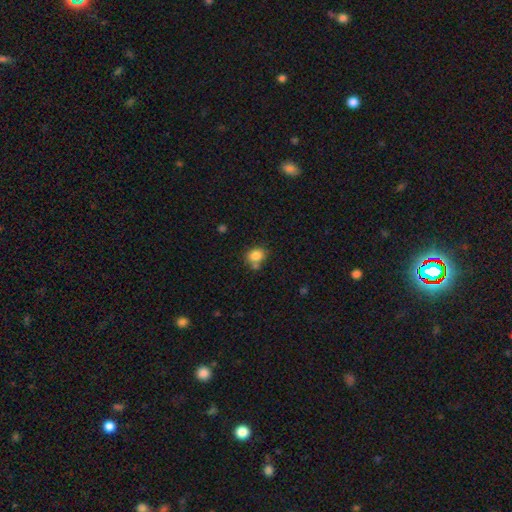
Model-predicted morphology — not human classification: smooth-or-featured: smooth: 83% | star or artifact: 10% | featured or disk: 7%
  how-rounded: round: 53% | in between: 46% | cigar-shaped: 1%
  merging: none: 56% | merger: 20% | minor disturbance: 18% | major disturbance: 6%